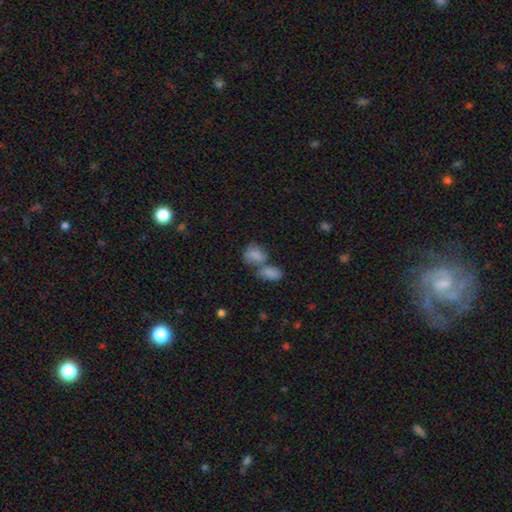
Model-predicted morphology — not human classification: Smooth or featured?
  - smooth: 80% *
  - featured or disk: 12%
  - star or artifact: 8%
How rounded?
  - in between: 73% *
  - round: 25%
  - cigar-shaped: 2%
Merging?
  - merger: 58% *
  - none: 26%
  - minor disturbance: 10%
  - major disturbance: 5%